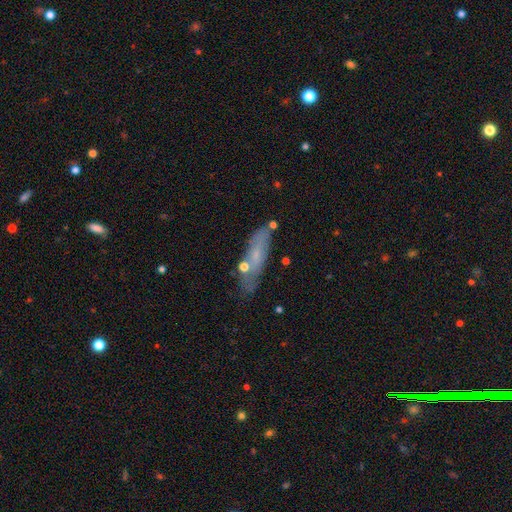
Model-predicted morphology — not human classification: Smooth or featured: smooth — 51% (featured or disk — 40%)
How rounded: cigar-shaped — 63% (in between — 34%)
Merging: none — 66% (minor disturbance — 20%)